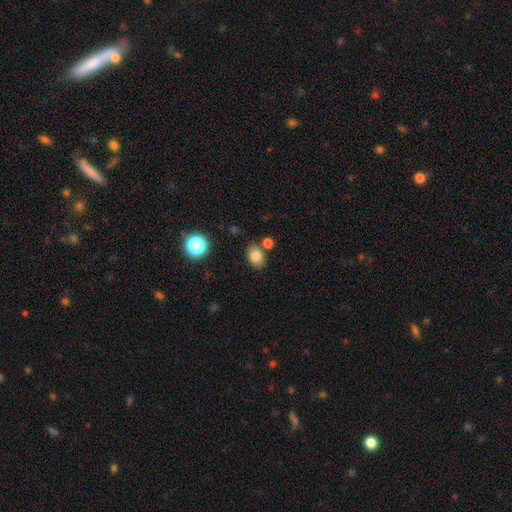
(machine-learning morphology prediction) Smooth or featured? Predicted: smooth (p=0.81). How rounded? Predicted: in between (p=0.74). Merging? Predicted: none (p=0.76).